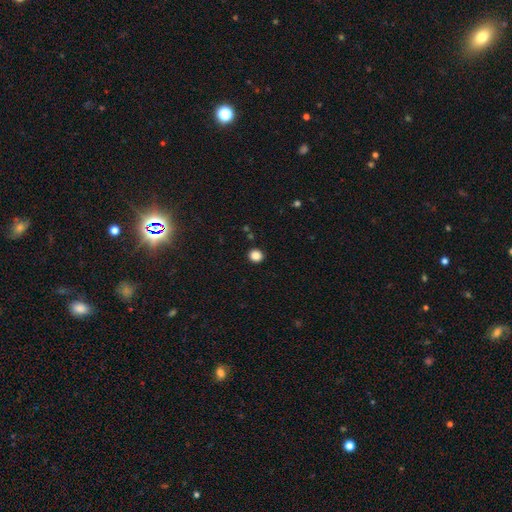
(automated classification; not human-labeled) This is clearly a smooth galaxy (86%). How rounded: clearly round (88%). Merging: clearly none (91%).